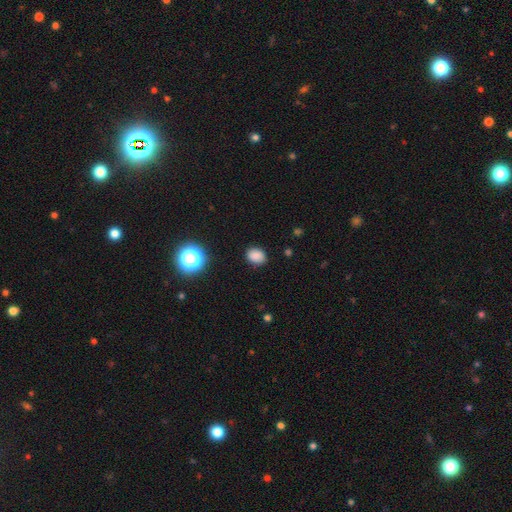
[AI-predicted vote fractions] Overall: smooth (84%). How rounded: in between (57%; round 42%). Merging: none (87%).